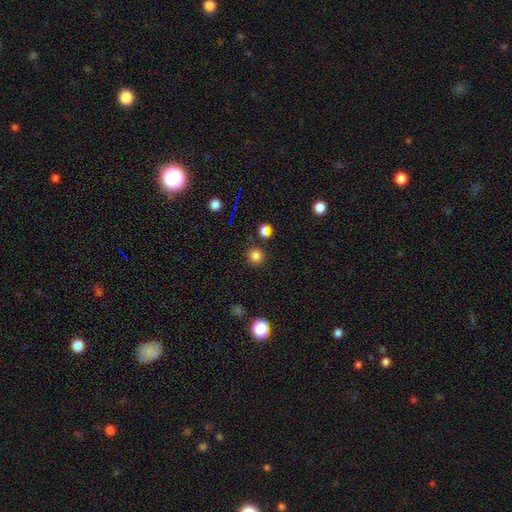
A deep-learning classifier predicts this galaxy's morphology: Smooth or featured? smooth (80%)
How rounded? round (92%)
Merging? none (86%)